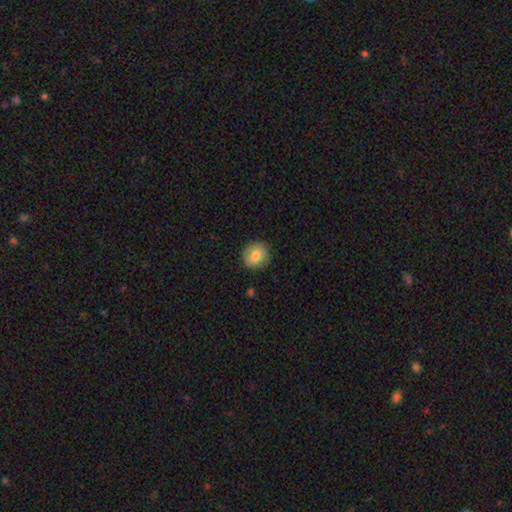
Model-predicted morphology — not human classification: type=smooth (78%); roundness=round (73%); merging=none (86%).